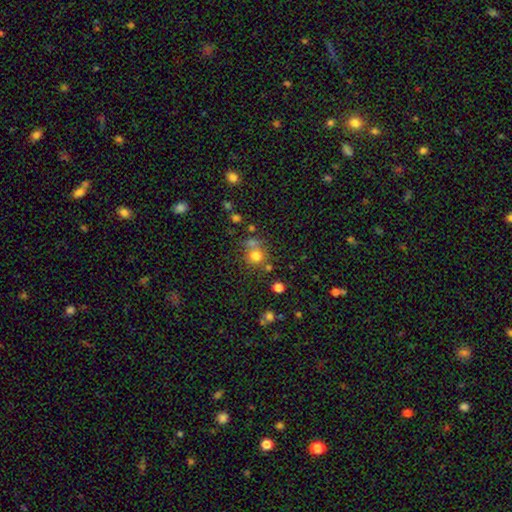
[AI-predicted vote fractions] Q: Smooth or featured?
A: smooth (74%); runner-up: star or artifact (16%)
Q: How rounded?
A: round (88%); runner-up: in between (11%)
Q: Merging?
A: none (59%); runner-up: merger (25%)